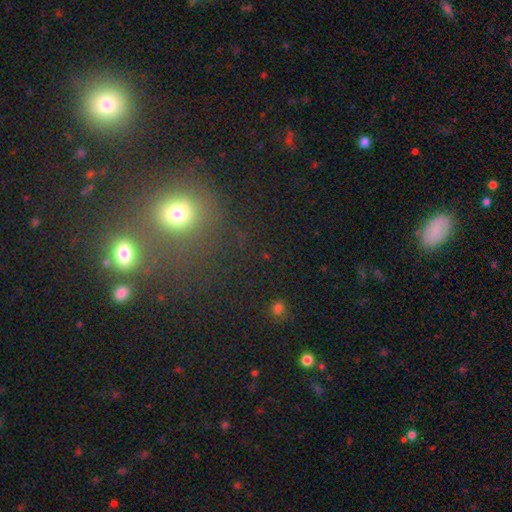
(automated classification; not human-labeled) smooth_or_featured: smooth (p=0.54) [alt: star or artifact p=0.38]
how_rounded: round (p=0.79) [alt: in between p=0.19]
merging: none (p=0.69) [alt: merger p=0.15]